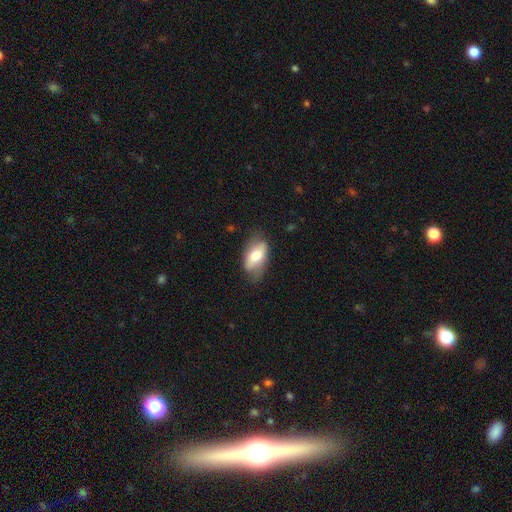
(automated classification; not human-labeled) This appears to be a smooth galaxy with no disk features (59%) that is in between round and cigar-shaped (88%). Merging: none (60%).